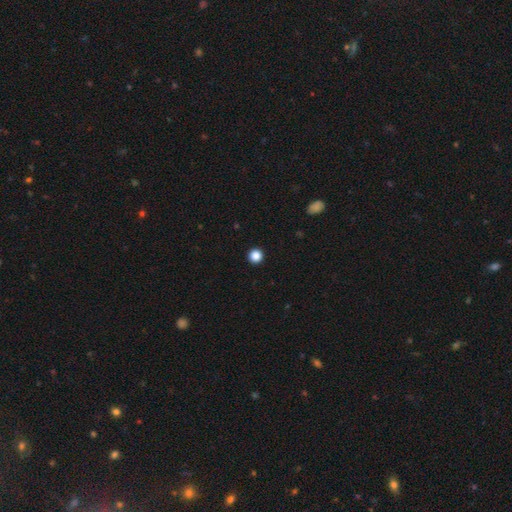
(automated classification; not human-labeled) Overall: smooth (86%). How rounded: round (96%). Merging: none (94%).